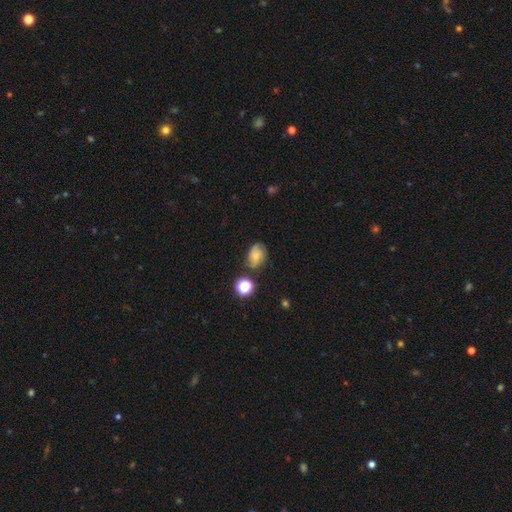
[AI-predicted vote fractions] Smooth or featured? smooth (53%)
How rounded? in between (68%)
Merging? none (62%)